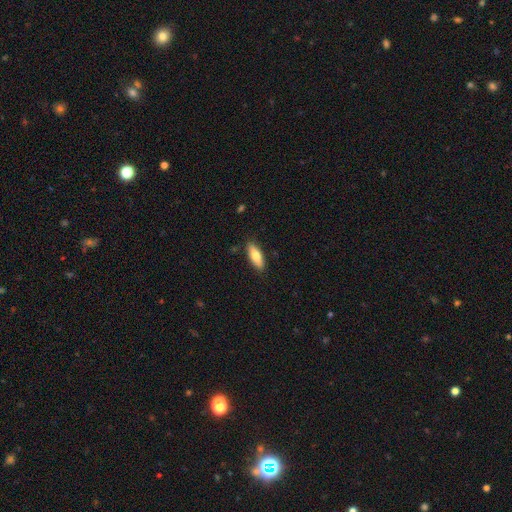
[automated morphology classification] A smooth galaxy with no disk features (72%) that is in between round and cigar-shaped (60%).

Vote fractions:
- Smooth or featured? smooth: 72% / featured or disk: 22% / star or artifact: 6%
- How rounded? in between: 60% / cigar-shaped: 38% / round: 2%
- Merging? none: 87% / minor disturbance: 10% / major disturbance: 2% / merger: 1%